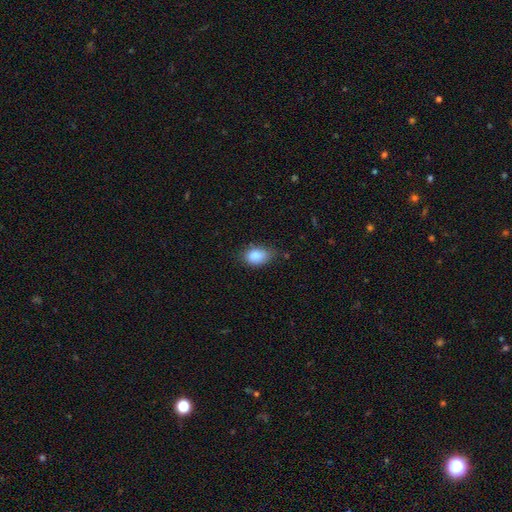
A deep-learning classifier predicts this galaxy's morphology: Smooth or featured? Predicted: smooth (p=0.87). How rounded? Predicted: in between (p=0.81). Merging? Predicted: none (p=0.62).